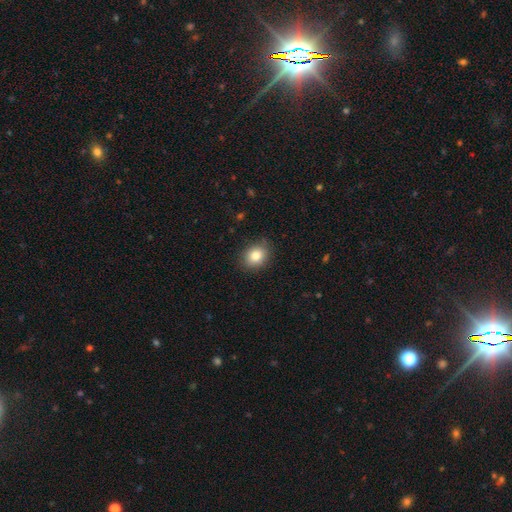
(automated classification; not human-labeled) Smooth or featured? smooth (83%)
How rounded? round (56%)
Merging? none (85%)